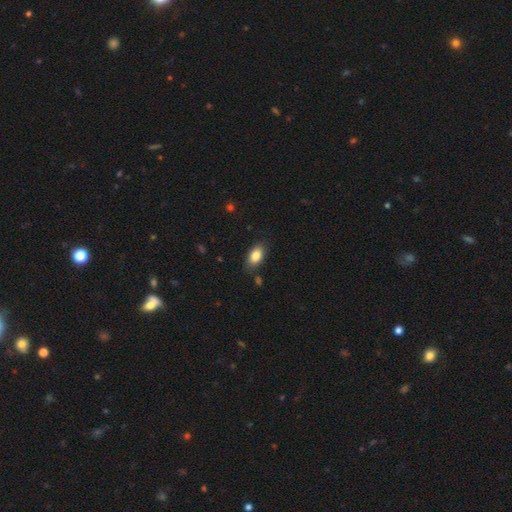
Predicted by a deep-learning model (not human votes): Smooth or featured: smooth — 84% (featured or disk — 8%)
How rounded: in between — 91% (round — 6%)
Merging: none — 80% (minor disturbance — 14%)